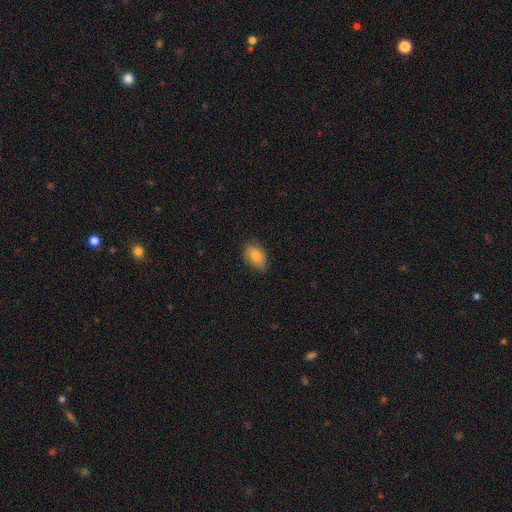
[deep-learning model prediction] The model was most divided on "merging": none: 72%, minor disturbance: 23%, major disturbance: 4%, merger: 1%. More confident: how rounded — in between (86%); smooth or featured — smooth (75%).